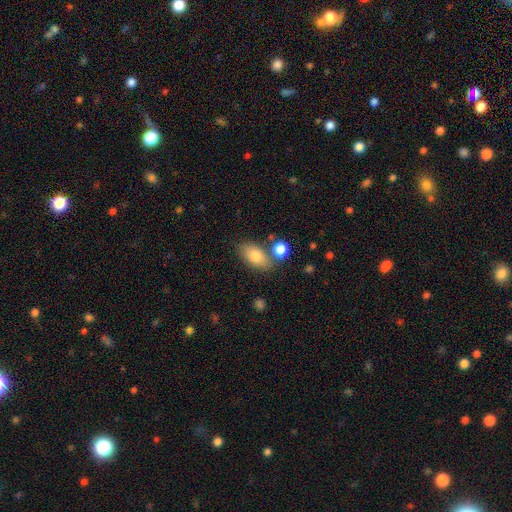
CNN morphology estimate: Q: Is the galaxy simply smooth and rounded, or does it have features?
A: smooth — 80%.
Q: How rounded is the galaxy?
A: in between — 90%.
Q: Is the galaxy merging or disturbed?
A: none — 71%.